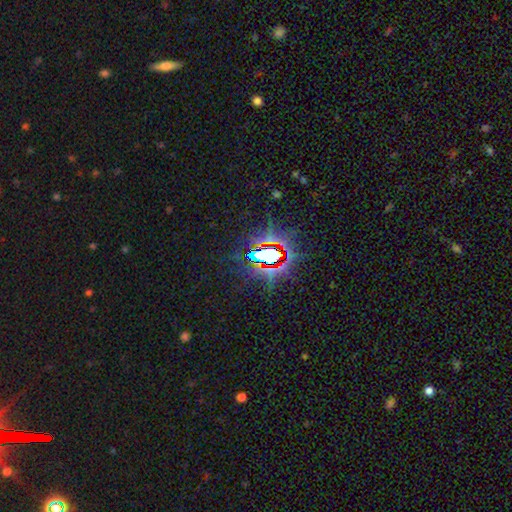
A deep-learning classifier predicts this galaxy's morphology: smooth_or_featured: star or artifact (p=0.80) [alt: smooth p=0.11]